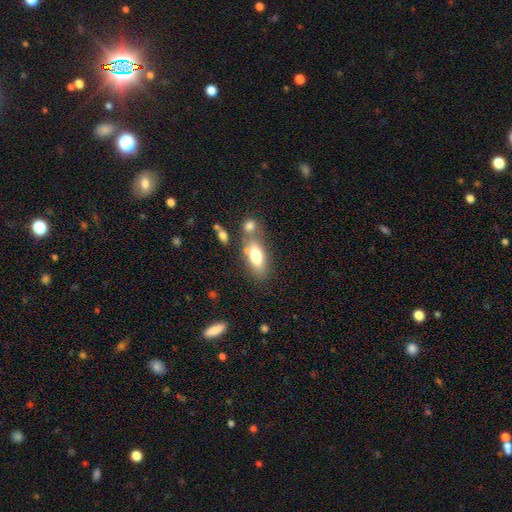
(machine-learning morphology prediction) This is likely a smooth galaxy (73%). How rounded: likely in between (79%). Merging: possibly none (56%).